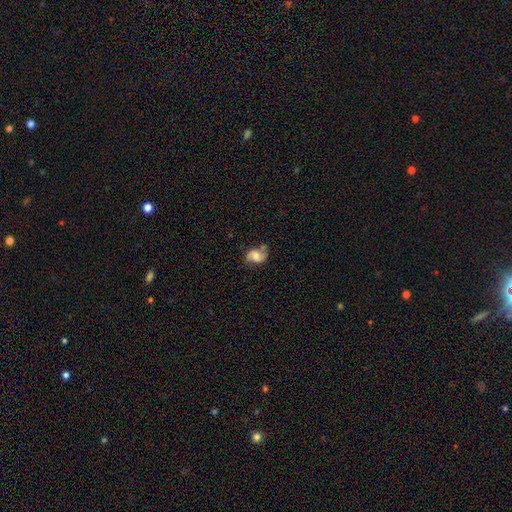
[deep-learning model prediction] Smooth or featured?
  - featured or disk: 48% *
  - smooth: 43%
  - star or artifact: 9%
Merging?
  - none: 58% *
  - minor disturbance: 27%
  - major disturbance: 10%
  - merger: 5%